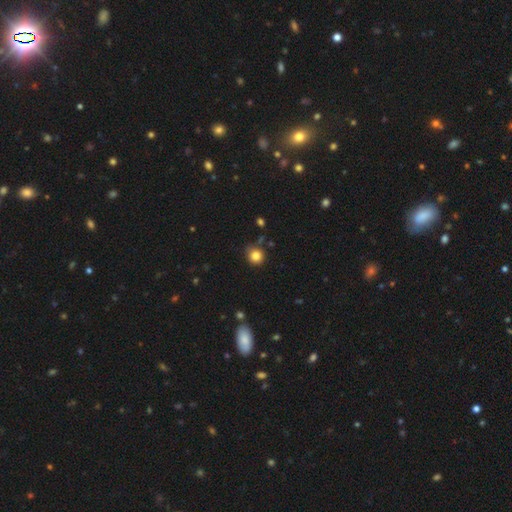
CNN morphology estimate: smooth-or-featured: smooth: 83% | star or artifact: 12% | featured or disk: 5%
  how-rounded: round: 90% | in between: 9% | cigar-shaped: 1%
  merging: none: 77% | minor disturbance: 15% | merger: 4% | major disturbance: 3%